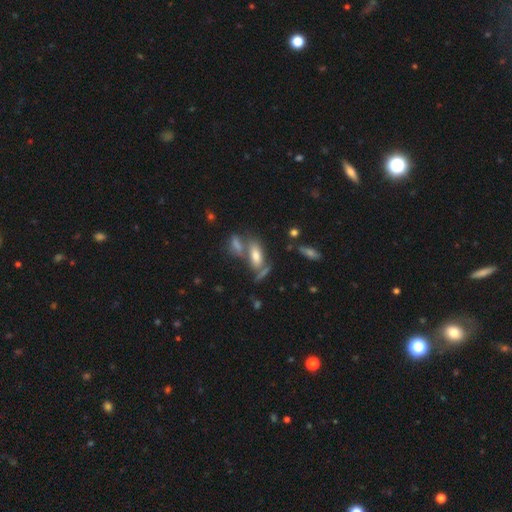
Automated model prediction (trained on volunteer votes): smooth_or_featured: smooth (p=0.67) [alt: featured or disk p=0.22]
how_rounded: in between (p=0.79) [alt: cigar-shaped p=0.17]
merging: none (p=0.45) [alt: merger p=0.34]